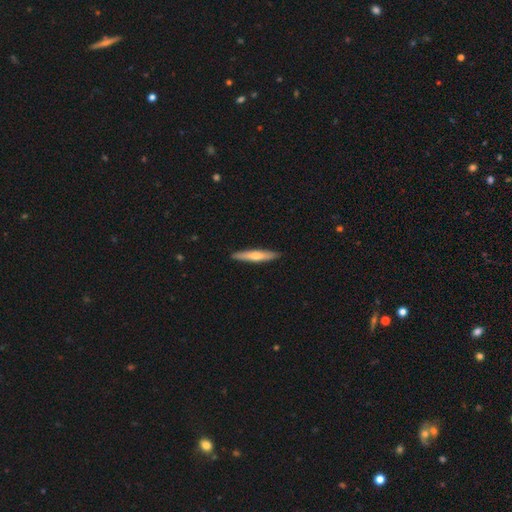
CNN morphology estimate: This appears to be a smooth galaxy with no disk features (55%) that is cigar-shaped (90%). Merging: none (91%).